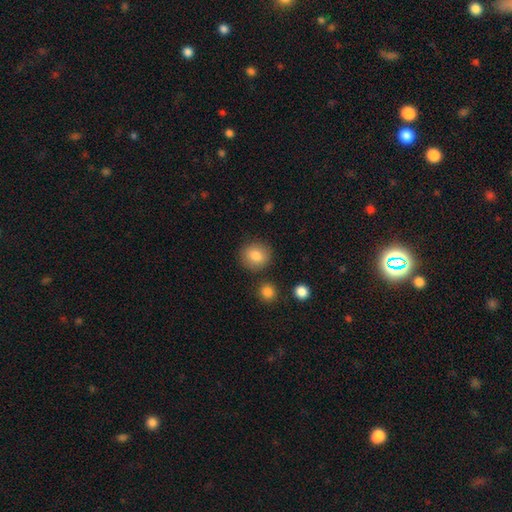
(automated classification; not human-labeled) A smooth galaxy with no disk features (83%) that is round (82%). Merging: none (84%).